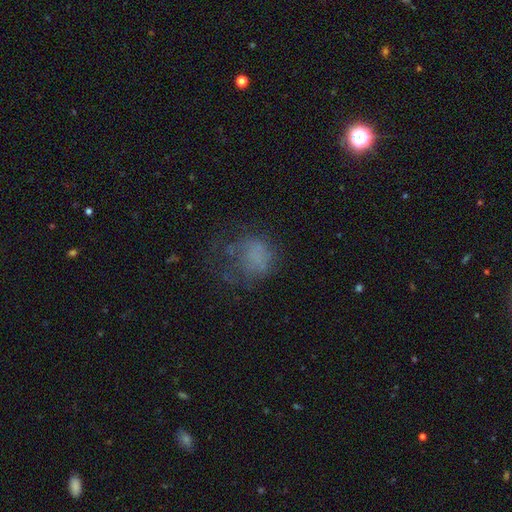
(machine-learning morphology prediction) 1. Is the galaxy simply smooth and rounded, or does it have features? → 50% smooth, 29% featured or disk, 21% star or artifact.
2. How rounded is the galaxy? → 60% round, 39% in between, 1% cigar-shaped.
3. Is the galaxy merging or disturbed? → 40% none, 37% major disturbance, 20% minor disturbance, 3% merger.